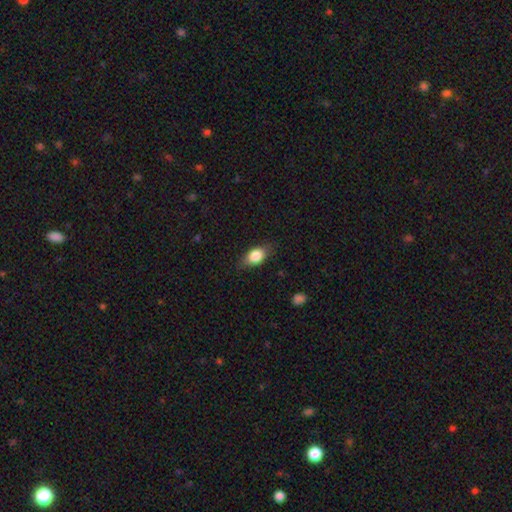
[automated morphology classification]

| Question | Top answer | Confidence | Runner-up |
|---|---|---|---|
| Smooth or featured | smooth | 81% | featured or disk (12%) |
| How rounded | in between | 82% | round (13%) |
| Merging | none | 79% | minor disturbance (17%) |